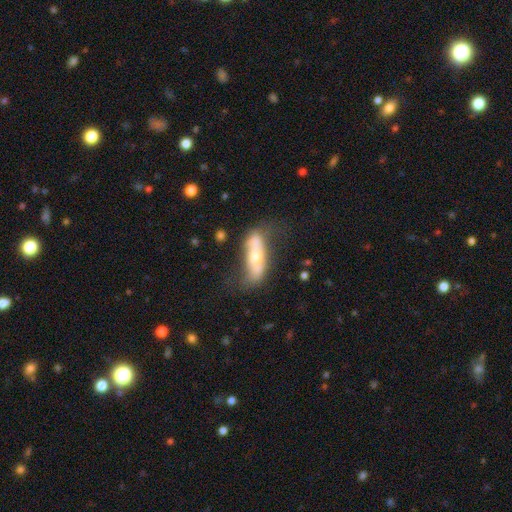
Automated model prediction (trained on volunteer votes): Overall: featured or disk (54%; smooth 40%). Edge-on disk: no (70%; yes 30%). Merging: none (52%; minor disturbance 26%).